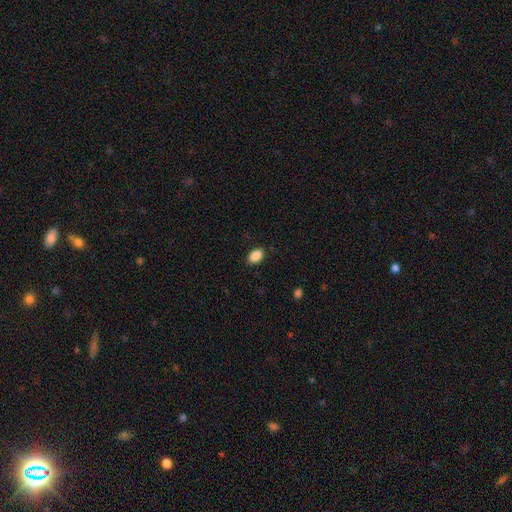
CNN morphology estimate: Smooth or featured?
  - smooth: 90% *
  - star or artifact: 8%
  - featured or disk: 3%
How rounded?
  - in between: 89% *
  - round: 9%
  - cigar-shaped: 1%
Merging?
  - none: 87% *
  - minor disturbance: 9%
  - major disturbance: 2%
  - merger: 1%